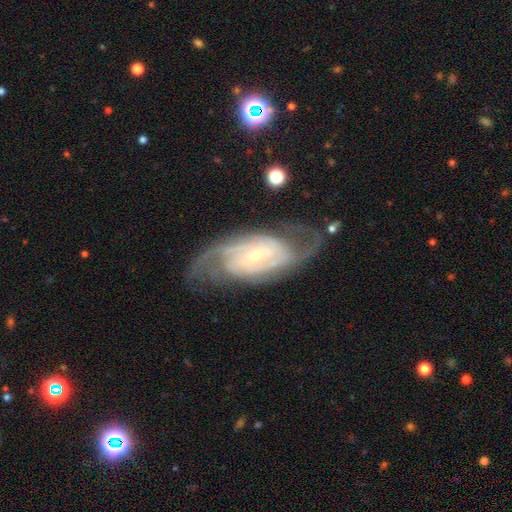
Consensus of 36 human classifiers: Volunteers were most divided on "bar": weak: 52%, no: 26%, strong: 23%. More confident: edge-on disk — no (97%); spiral arms — yes (97%); bulge size — small (94%); smooth or featured — featured or disk (89%); spiral arm count — 2 (83%); merging — none (76%); spiral winding — medium (67%).